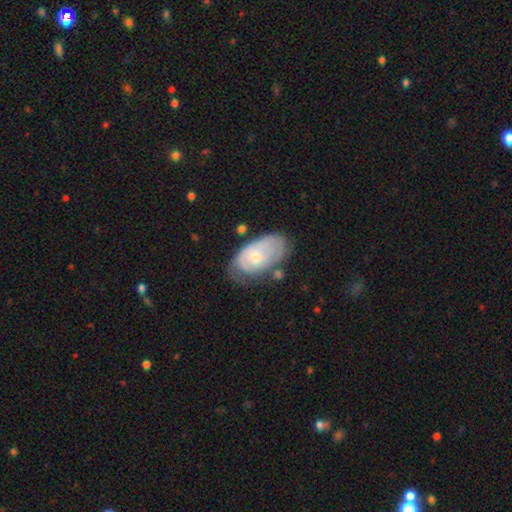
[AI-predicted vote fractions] A featured or disk galaxy (56%) with no bar (78%), spiral arms (67%) and a small central bulge (60%).

Vote fractions:
- Smooth or featured? featured or disk: 56% / smooth: 38% / star or artifact: 6%
- Edge-on disk? no: 95% / yes: 5%
- Bar? no: 78% / weak: 19% / strong: 3%
- Spiral arms? yes: 67% / no: 33%
- Bulge size? small: 60% / moderate: 35% / none: 2% / large: 2% / dominant: 1%
- Merging? none: 50% / minor disturbance: 31% / major disturbance: 14% / merger: 6%